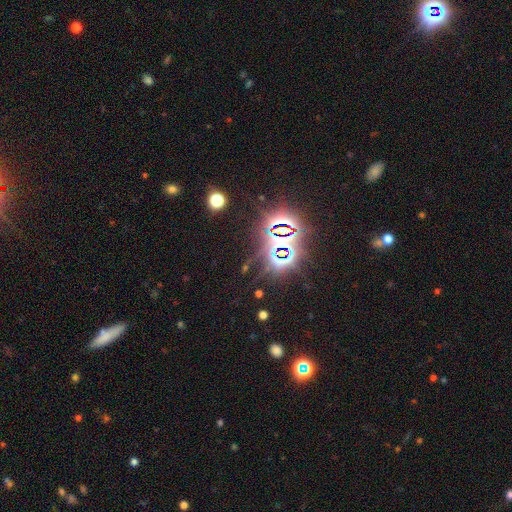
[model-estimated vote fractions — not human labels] Morphology: type=star or artifact (80%).